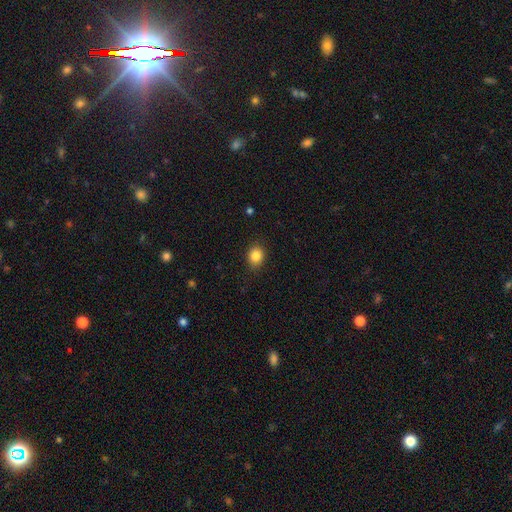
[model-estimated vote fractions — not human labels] Smooth or featured: smooth — 84% (star or artifact — 10%)
How rounded: round — 57% (in between — 42%)
Merging: none — 87% (minor disturbance — 9%)